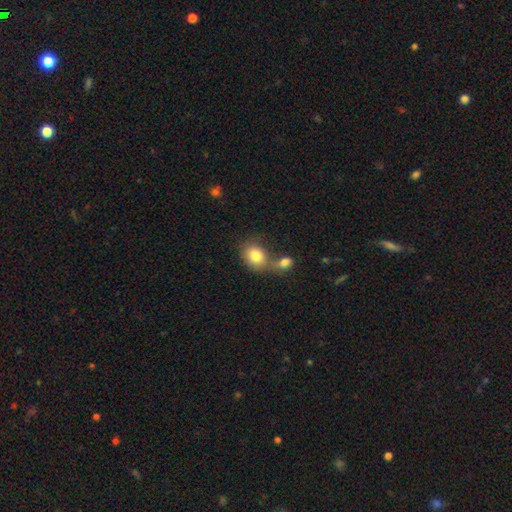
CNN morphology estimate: This is clearly a smooth galaxy (82%). How rounded: possibly in between (50%). Merging: possibly merger (46%).